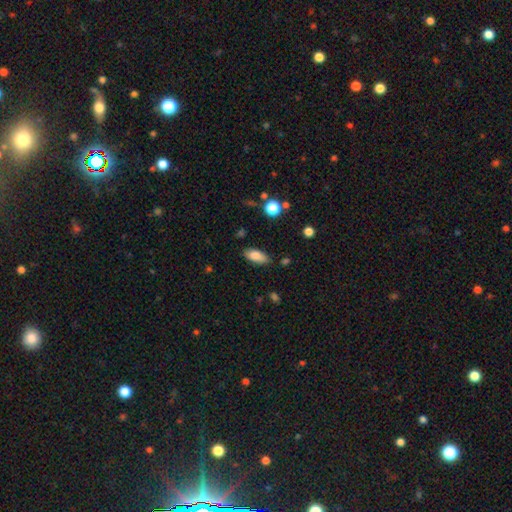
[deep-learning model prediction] smooth 84%, featured or disk 8%, star or artifact 8%. Down the decision tree: how rounded — in between (84%); merging — none (81%).